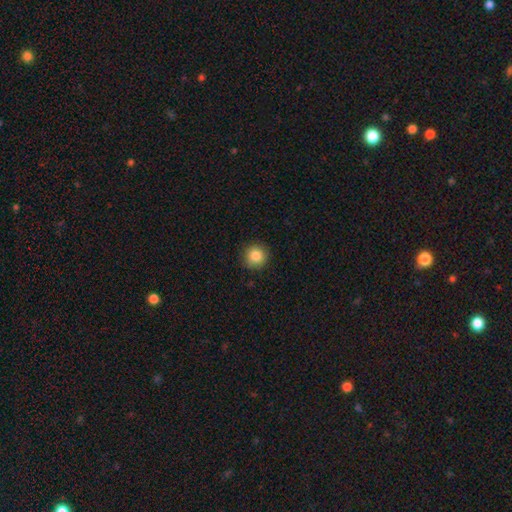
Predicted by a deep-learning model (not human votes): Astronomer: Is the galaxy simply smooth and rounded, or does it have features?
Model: smooth — 85%.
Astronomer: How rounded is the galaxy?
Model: round — 93%.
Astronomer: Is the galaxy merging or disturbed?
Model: none — 89%.